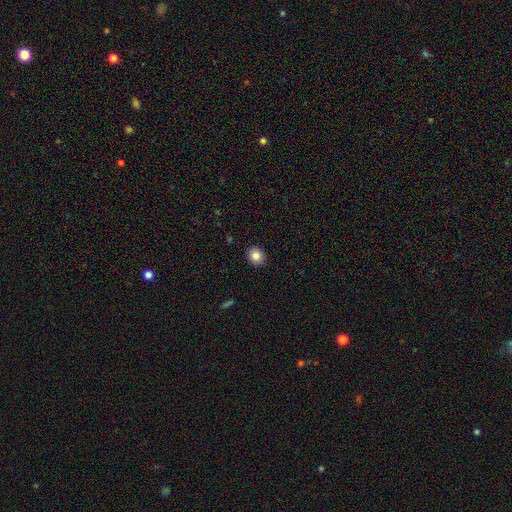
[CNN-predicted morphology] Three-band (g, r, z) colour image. It shows a smooth galaxy with no disk features (84%) that is round (70%). Merging: none (91%).